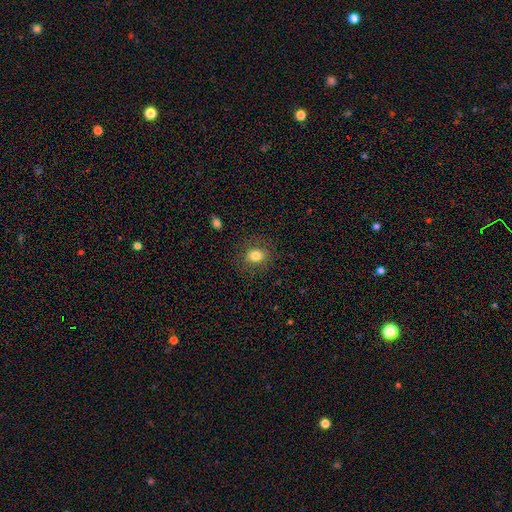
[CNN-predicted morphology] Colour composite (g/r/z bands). It shows a smooth galaxy with no disk features (81%) that is round (52%). Merging: none (83%).